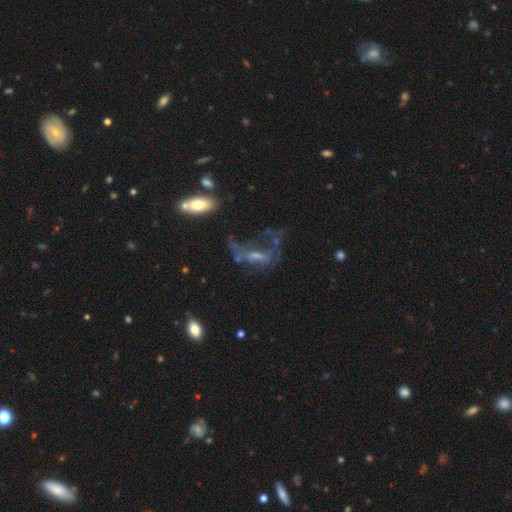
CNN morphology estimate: Q: Smooth or featured?
A: featured or disk (57%); runner-up: smooth (23%)
Q: Edge-on disk?
A: no (90%); runner-up: yes (10%)
Q: Bar?
A: no (56%); runner-up: weak (31%)
Q: Spiral arms?
A: no (63%); runner-up: yes (37%)
Q: Bulge size?
A: small (38%); runner-up: none (31%)
Q: Merging?
A: major disturbance (41%); runner-up: none (33%)